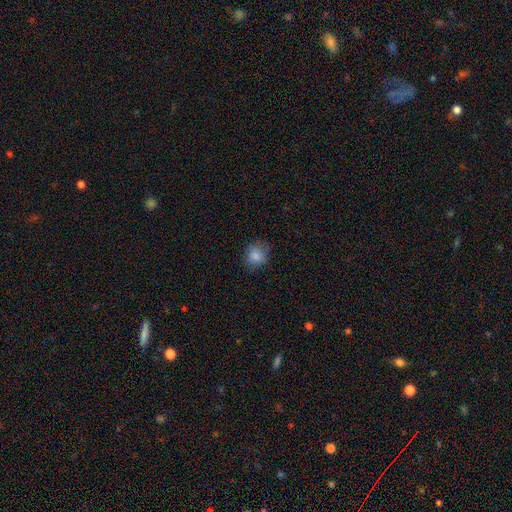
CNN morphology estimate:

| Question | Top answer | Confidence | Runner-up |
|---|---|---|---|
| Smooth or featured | smooth | 83% | star or artifact (9%) |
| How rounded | round | 76% | in between (24%) |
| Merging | none | 75% | minor disturbance (18%) |